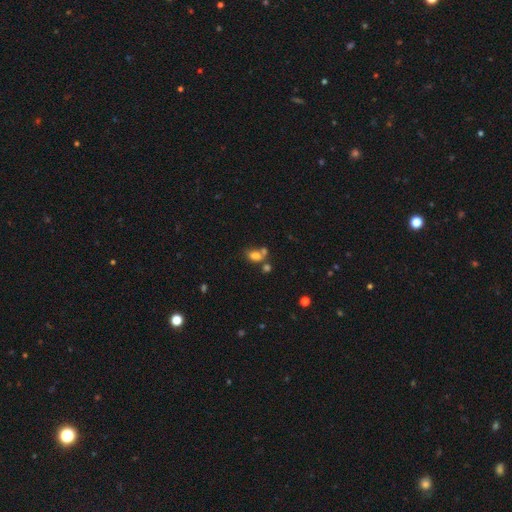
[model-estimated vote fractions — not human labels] Smooth or featured: smooth — 74% (star or artifact — 13%)
How rounded: in between — 77% (round — 20%)
Merging: merger — 40% (none — 39%)